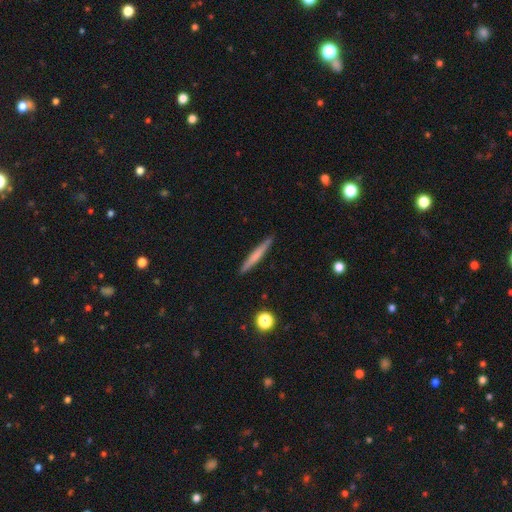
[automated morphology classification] The model was most divided on "smooth or featured": smooth: 61%, featured or disk: 33%, star or artifact: 6%. More confident: how rounded — cigar-shaped (96%); merging — none (91%).